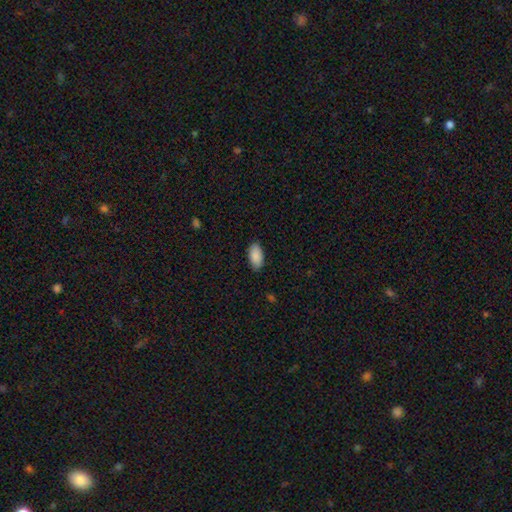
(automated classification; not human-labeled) This is clearly a smooth galaxy (89%). How rounded: clearly in between (95%). Merging: clearly none (85%).